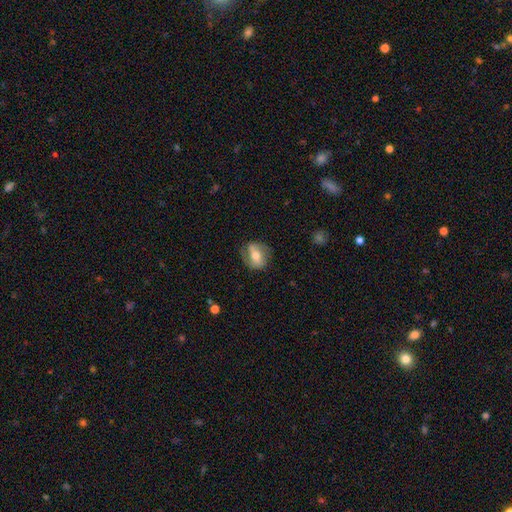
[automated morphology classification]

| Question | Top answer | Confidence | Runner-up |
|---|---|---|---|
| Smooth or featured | featured or disk | 49% | smooth (43%) |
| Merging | none | 69% | minor disturbance (21%) |